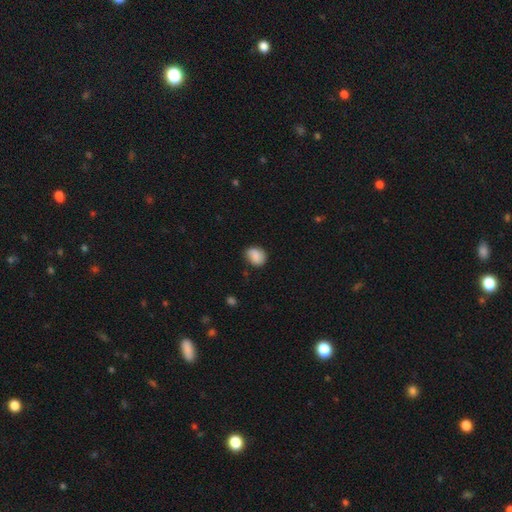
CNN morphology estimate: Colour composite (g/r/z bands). It shows a smooth galaxy with no disk features (83%) that is round (51%). Merging: none (70%).